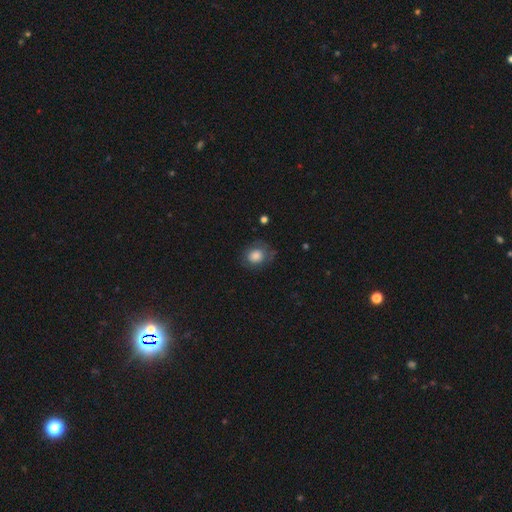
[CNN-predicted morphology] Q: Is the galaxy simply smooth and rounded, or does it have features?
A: smooth — 78%.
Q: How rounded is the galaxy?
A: round — 66%.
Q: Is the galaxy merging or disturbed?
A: none — 68%.